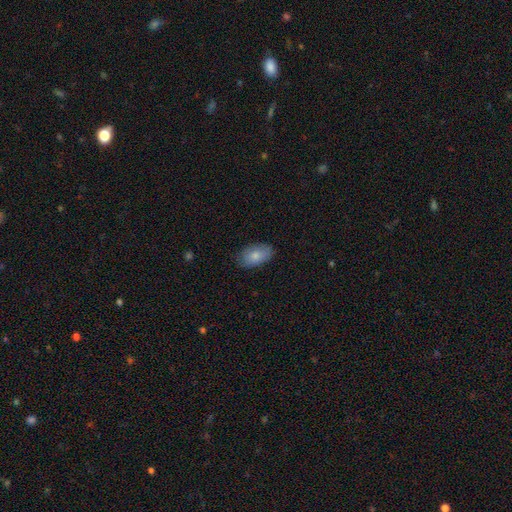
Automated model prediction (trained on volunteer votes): A smooth galaxy with no disk features (80%) that is in between round and cigar-shaped (92%).

Vote fractions:
- Smooth or featured? smooth: 80% / featured or disk: 13% / star or artifact: 6%
- How rounded? in between: 92% / round: 6% / cigar-shaped: 2%
- Merging? none: 80% / minor disturbance: 16% / major disturbance: 3% / merger: 1%